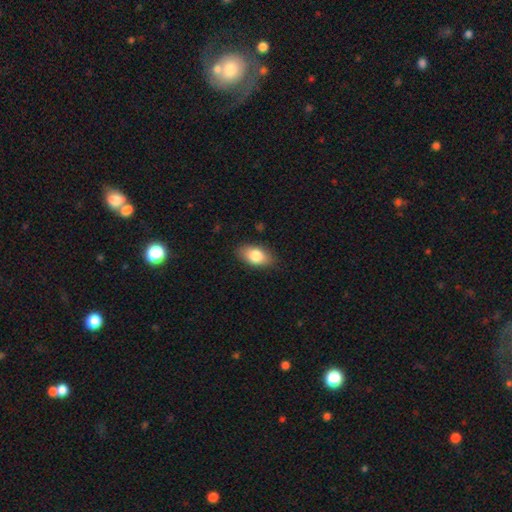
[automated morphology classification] A smooth galaxy with no disk features (82%) that is in between round and cigar-shaped (91%). Merging: none (85%).